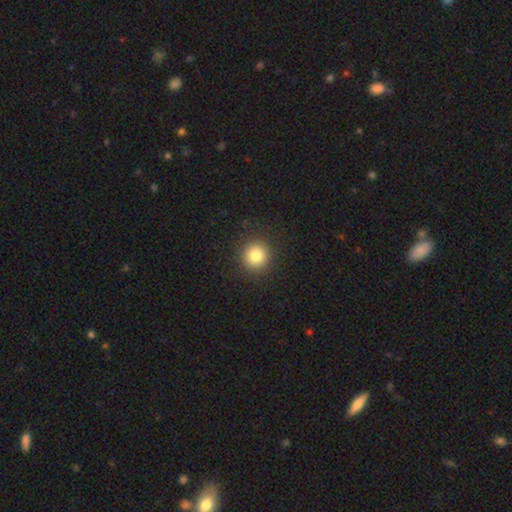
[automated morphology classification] Smooth or featured? smooth (83%)
How rounded? round (93%)
Merging? none (91%)